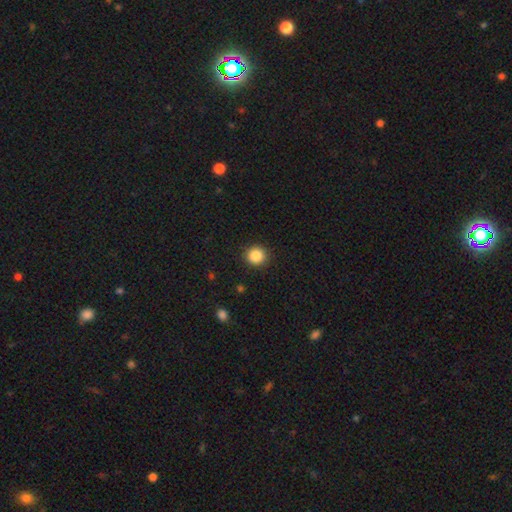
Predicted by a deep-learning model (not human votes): smooth_or_featured: smooth (p=0.86) [alt: star or artifact p=0.10]
how_rounded: round (p=0.94) [alt: in between p=0.05]
merging: none (p=0.92) [alt: minor disturbance p=0.05]